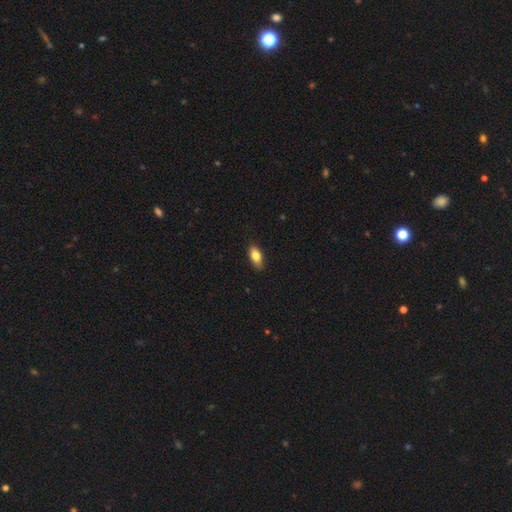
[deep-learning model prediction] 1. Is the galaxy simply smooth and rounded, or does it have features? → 83% smooth, 10% featured or disk, 7% star or artifact.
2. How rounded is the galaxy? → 89% in between, 6% cigar-shaped, 5% round.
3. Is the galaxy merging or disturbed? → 85% none, 12% minor disturbance, 2% major disturbance, 1% merger.